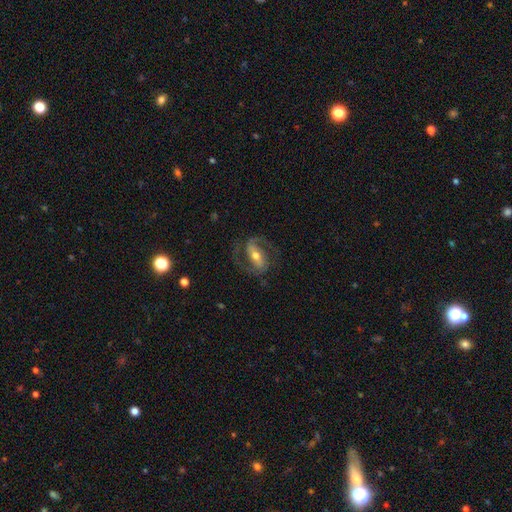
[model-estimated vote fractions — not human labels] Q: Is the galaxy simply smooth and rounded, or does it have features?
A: featured or disk — 85%.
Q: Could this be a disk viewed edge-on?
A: no — 96%.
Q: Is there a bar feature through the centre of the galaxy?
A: strong — 48%.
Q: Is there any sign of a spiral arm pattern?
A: yes — 95%.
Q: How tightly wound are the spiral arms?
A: medium — 57%.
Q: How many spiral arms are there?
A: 2 — 90%.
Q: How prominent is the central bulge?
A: moderate — 61%.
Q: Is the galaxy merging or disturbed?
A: none — 73%.